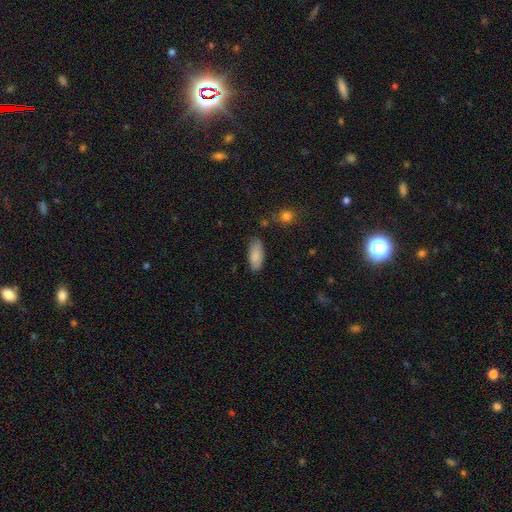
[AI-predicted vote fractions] smooth_or_featured: smooth (p=0.86) [alt: featured or disk p=0.07]
how_rounded: in between (p=0.83) [alt: cigar-shaped p=0.15]
merging: none (p=0.82) [alt: minor disturbance p=0.13]